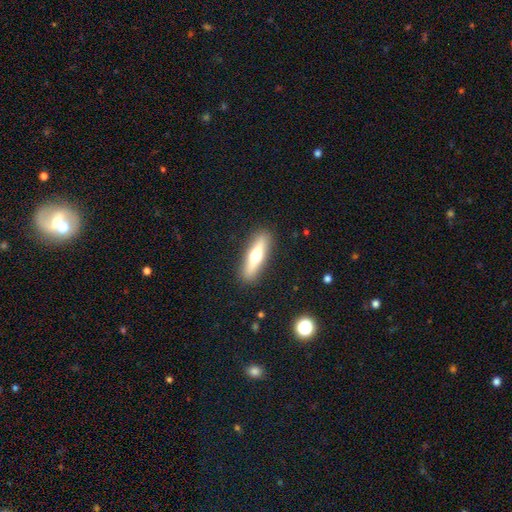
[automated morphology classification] A featured or disk galaxy (50%).

Vote fractions:
- Smooth or featured? featured or disk: 50% / smooth: 44% / star or artifact: 6%
- Merging? none: 90% / minor disturbance: 7% / major disturbance: 2% / merger: 1%